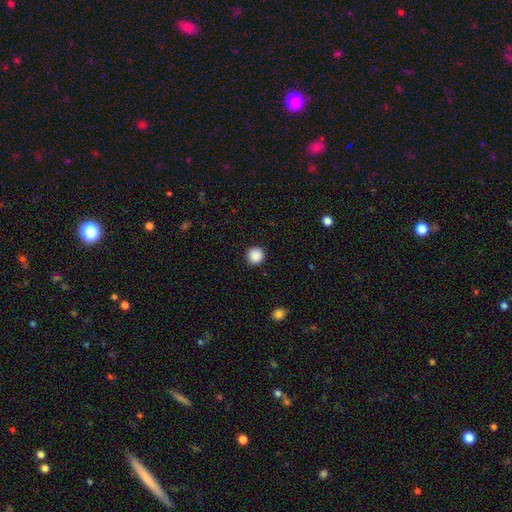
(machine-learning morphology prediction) This is clearly a smooth galaxy (89%). How rounded: clearly round (95%). Merging: clearly none (91%).